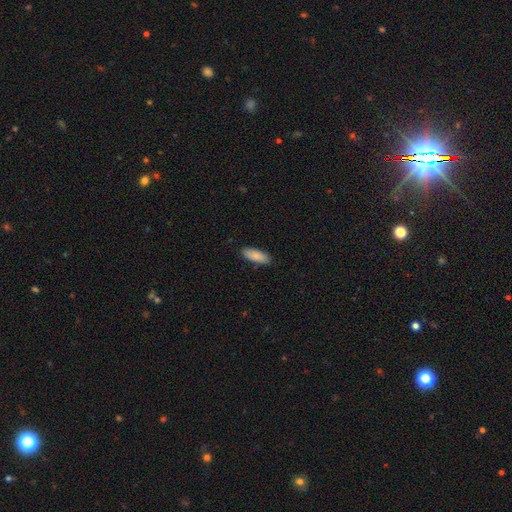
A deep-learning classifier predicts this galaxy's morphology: Q: Smooth or featured?
A: smooth (85%); runner-up: featured or disk (9%)
Q: How rounded?
A: in between (72%); runner-up: cigar-shaped (26%)
Q: Merging?
A: none (87%); runner-up: minor disturbance (10%)